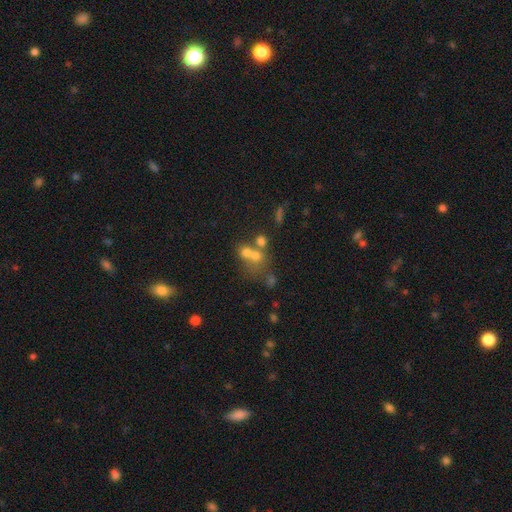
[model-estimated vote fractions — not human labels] smooth-or-featured: smooth: 59% | featured or disk: 23% | star or artifact: 18%
  how-rounded: round: 73% | in between: 26% | cigar-shaped: 1%
  merging: merger: 55% | none: 31% | minor disturbance: 7% | major disturbance: 6%